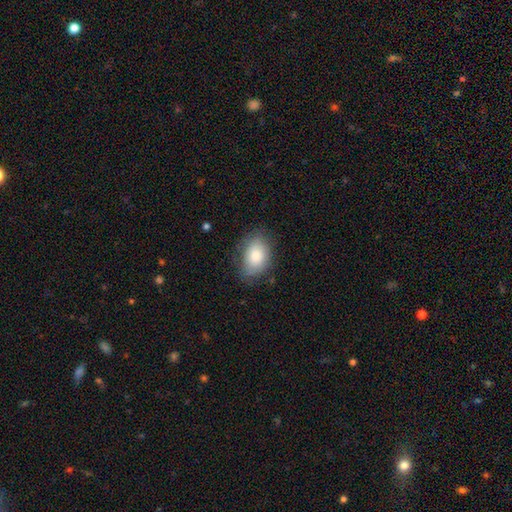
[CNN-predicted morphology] Overall: smooth (81%). How rounded: in between (85%). Merging: none (72%).